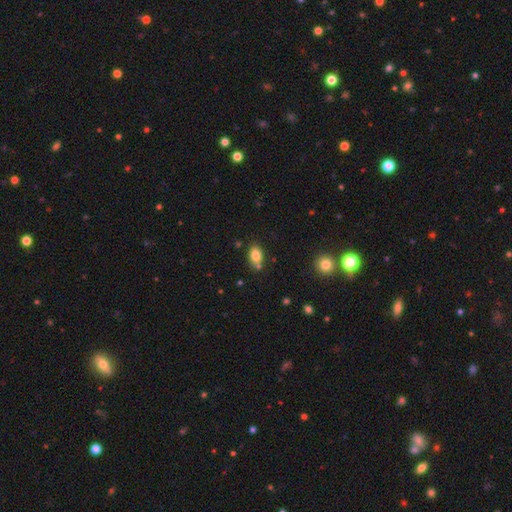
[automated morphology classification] Smooth or featured?
  - smooth: 82% *
  - star or artifact: 10%
  - featured or disk: 8%
How rounded?
  - in between: 83% *
  - round: 15%
  - cigar-shaped: 2%
Merging?
  - none: 71% *
  - minor disturbance: 14%
  - merger: 12%
  - major disturbance: 3%